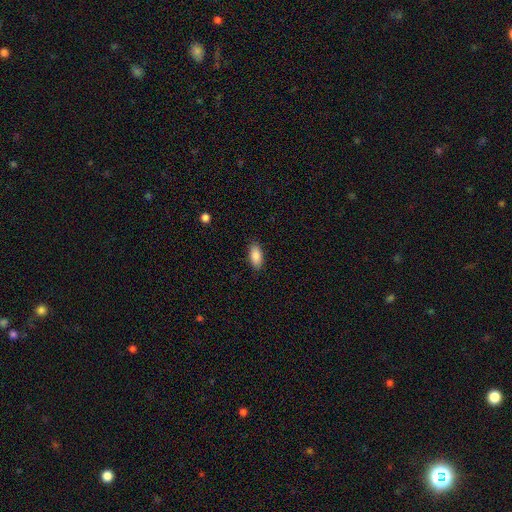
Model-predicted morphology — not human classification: A smooth galaxy with no disk features (87%) that is in between round and cigar-shaped (90%). Merging: none (88%).